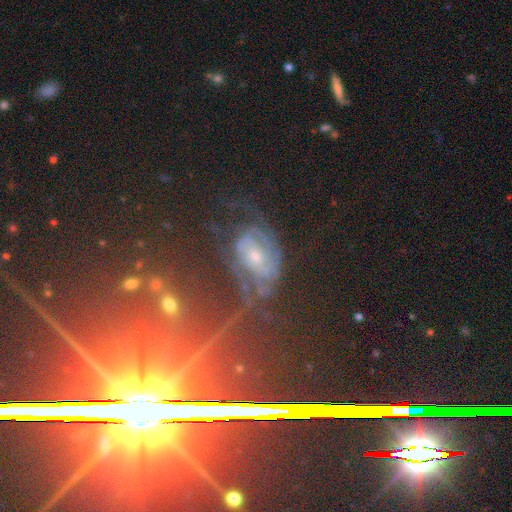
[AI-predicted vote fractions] A featured or disk galaxy (56%) with no bar (49%), spiral arms (78%) and a small central bulge (60%).

Vote fractions:
- Smooth or featured? featured or disk: 56% / star or artifact: 29% / smooth: 15%
- Edge-on disk? no: 91% / yes: 9%
- Bar? no: 49% / weak: 35% / strong: 16%
- Spiral arms? yes: 78% / no: 22%
- Bulge size? small: 60% / moderate: 35% / none: 2% / large: 2% / dominant: 1%
- Merging? none: 60% / minor disturbance: 21% / major disturbance: 16% / merger: 3%